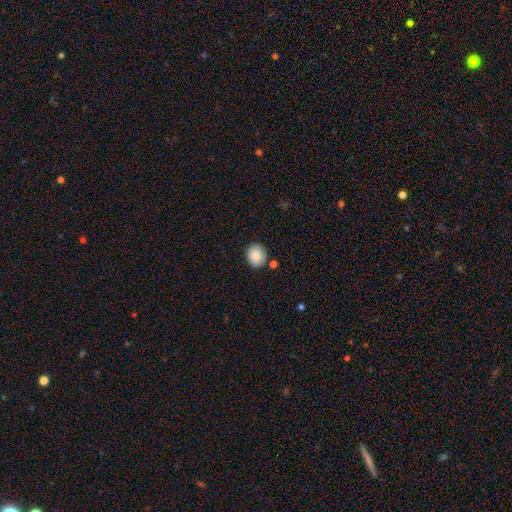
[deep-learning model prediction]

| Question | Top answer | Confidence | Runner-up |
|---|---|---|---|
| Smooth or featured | smooth | 87% | star or artifact (8%) |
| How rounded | round | 64% | in between (35%) |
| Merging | none | 82% | minor disturbance (12%) |